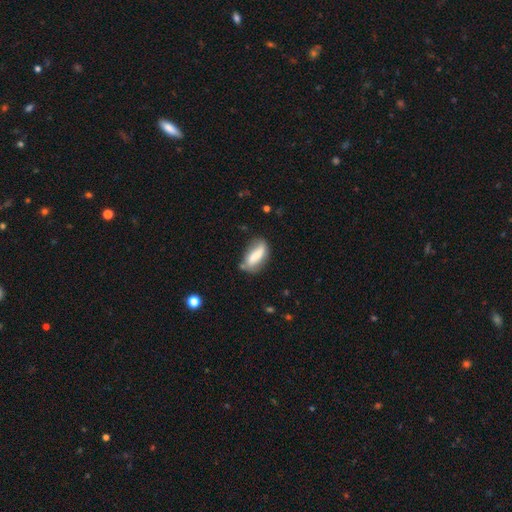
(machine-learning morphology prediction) This is likely a smooth galaxy (66%). How rounded: likely in between (72%). Merging: possibly none (56%).